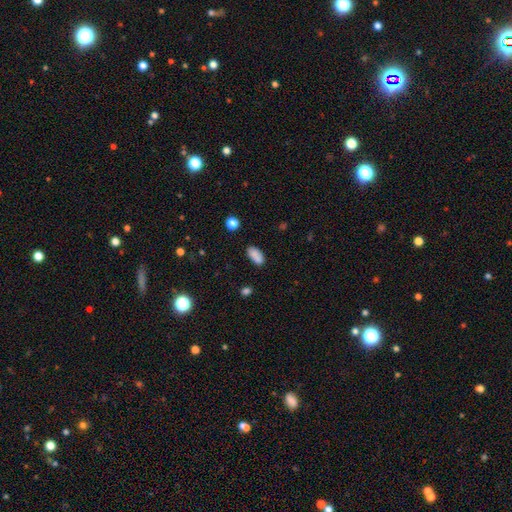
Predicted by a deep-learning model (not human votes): Smooth or featured? Predicted: smooth (p=0.84). How rounded? Predicted: in between (p=0.91). Merging? Predicted: none (p=0.69).